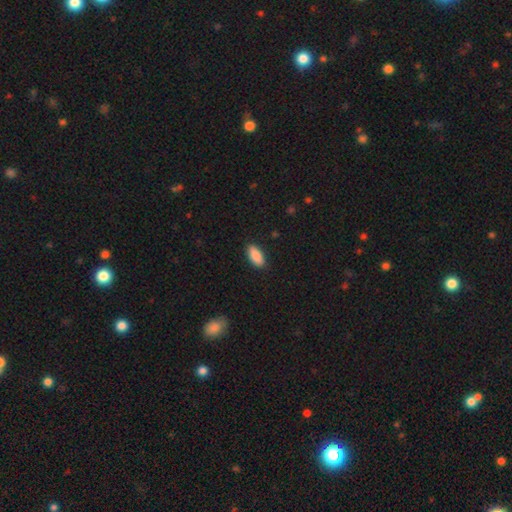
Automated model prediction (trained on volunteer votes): This is clearly a smooth galaxy (88%). How rounded: clearly in between (88%). Merging: clearly none (88%).